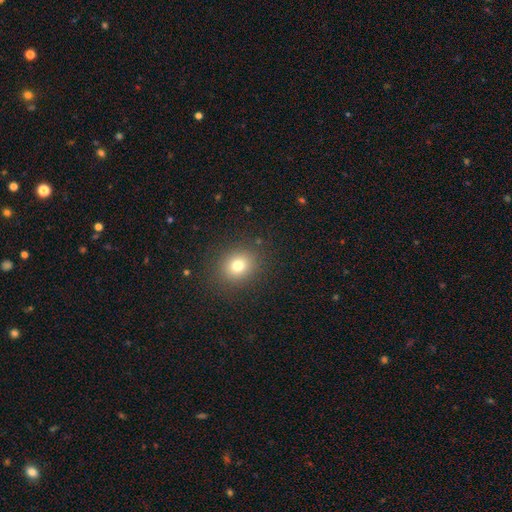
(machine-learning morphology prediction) This is likely a smooth galaxy (72%). How rounded: likely round (74%). Merging: clearly none (92%).